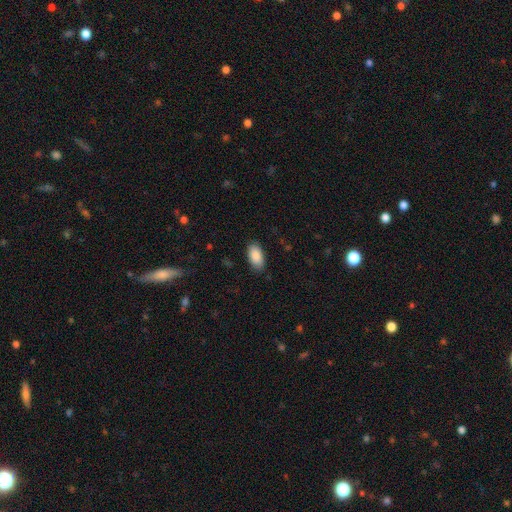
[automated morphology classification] smooth-or-featured: smooth: 89% | star or artifact: 6% | featured or disk: 5%
  how-rounded: in between: 94% | cigar-shaped: 3% | round: 2%
  merging: none: 86% | minor disturbance: 11% | major disturbance: 3% | merger: 1%